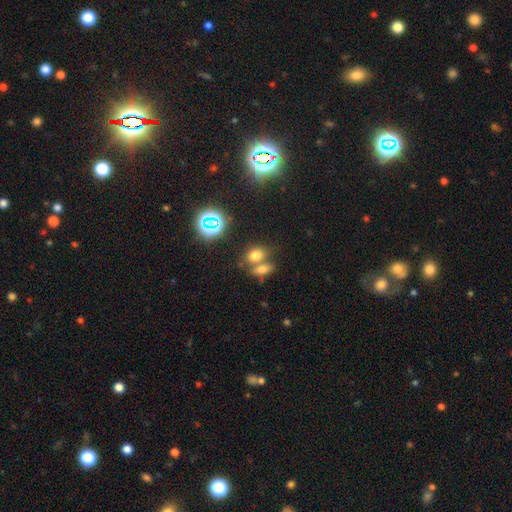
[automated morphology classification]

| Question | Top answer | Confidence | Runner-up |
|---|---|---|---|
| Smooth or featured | smooth | 70% | star or artifact (20%) |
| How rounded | in between | 69% | round (28%) |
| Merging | none | 43% | tied: merger (43%) |